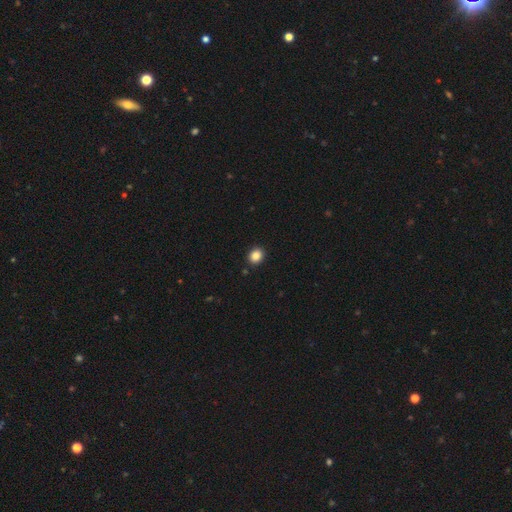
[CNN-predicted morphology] A smooth galaxy with no disk features (86%) that is round (69%). Merging: none (91%).